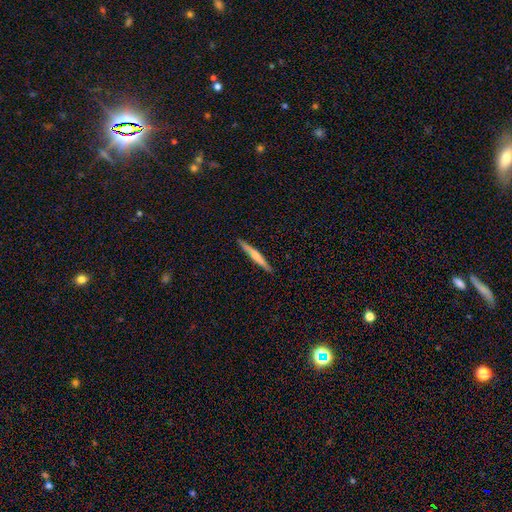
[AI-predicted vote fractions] Smooth or featured?
  - smooth: 54% *
  - featured or disk: 41%
  - star or artifact: 6%
How rounded?
  - cigar-shaped: 96% *
  - in between: 3%
  - round: 1%
Merging?
  - none: 90% *
  - minor disturbance: 7%
  - major disturbance: 1%
  - merger: 1%